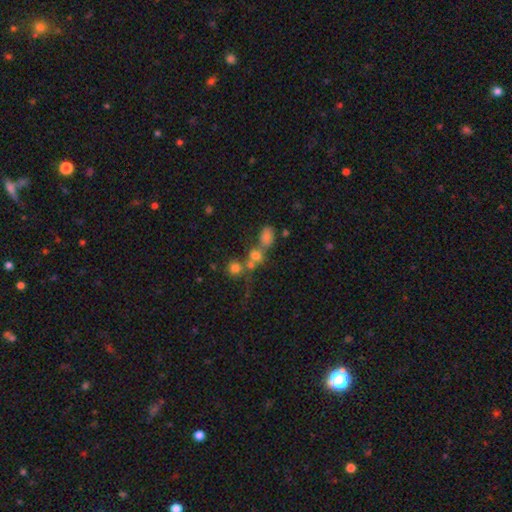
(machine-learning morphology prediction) A smooth galaxy with no disk features (66%) that is round (64%).

Vote fractions:
- Smooth or featured? smooth: 66% / star or artifact: 19% / featured or disk: 15%
- How rounded? round: 64% / in between: 34% / cigar-shaped: 2%
- Merging? merger: 45% / none: 38% / minor disturbance: 10% / major disturbance: 7%